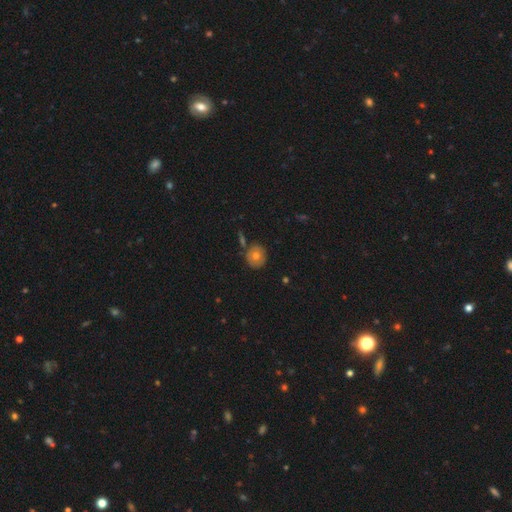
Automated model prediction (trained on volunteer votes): This is likely a smooth galaxy (67%). How rounded: clearly round (86%). Merging: clearly none (81%).